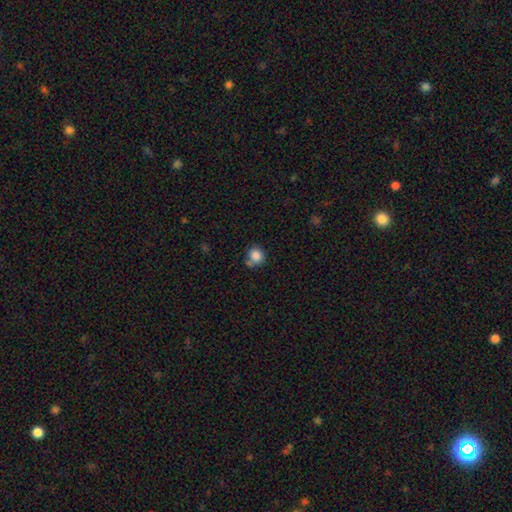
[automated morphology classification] A smooth galaxy with no disk features (85%) that is round (85%). Merging: none (63%).